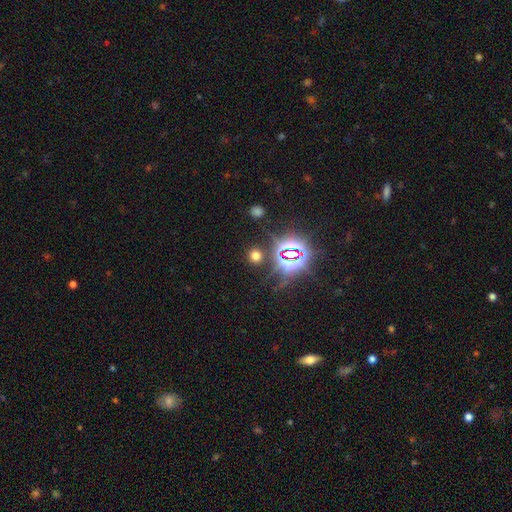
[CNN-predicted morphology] This is possibly a smooth galaxy (54%). How rounded: clearly round (84%). Merging: clearly none (85%).